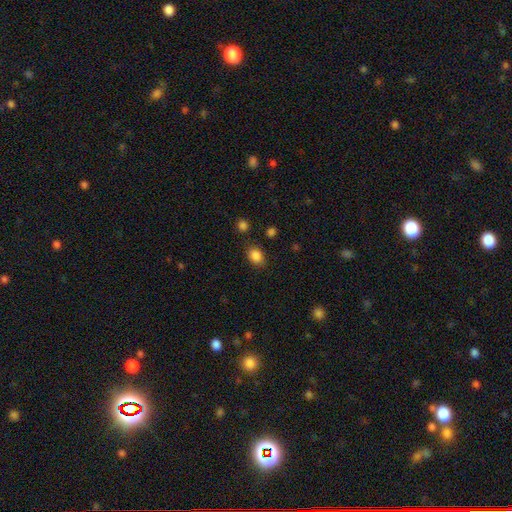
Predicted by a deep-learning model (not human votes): Smooth or featured? Predicted: smooth (p=0.86). How rounded? Predicted: in between (p=0.63). Merging? Predicted: none (p=0.80).